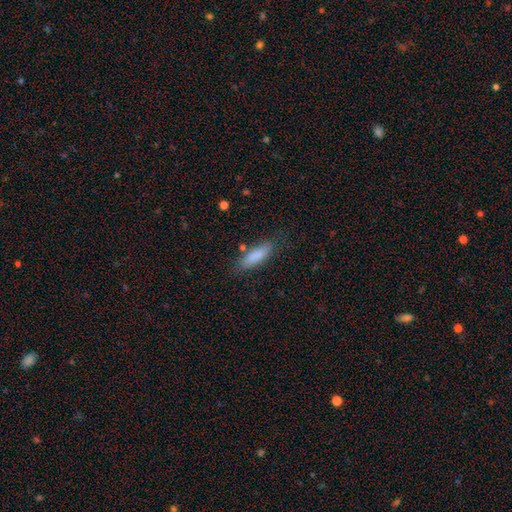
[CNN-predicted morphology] The model was most divided on "how rounded": in between: 51%, cigar-shaped: 47%, round: 2%. More confident: smooth or featured — smooth (84%); merging — none (77%).